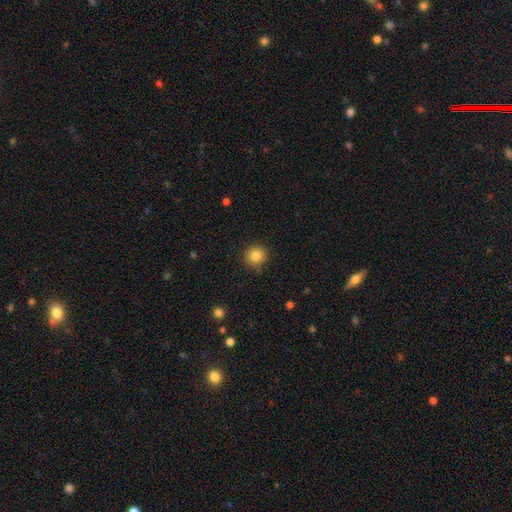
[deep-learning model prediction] A smooth galaxy with no disk features (84%) that is round (91%).

Vote fractions:
- Smooth or featured? smooth: 84% / star or artifact: 10% / featured or disk: 6%
- How rounded? round: 91% / in between: 8% / cigar-shaped: 1%
- Merging? none: 87% / minor disturbance: 9% / major disturbance: 2% / merger: 2%